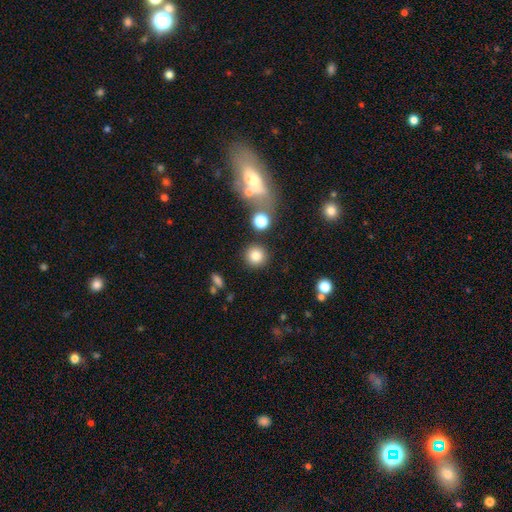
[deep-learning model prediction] The model was most divided on "smooth or featured": smooth: 81%, star or artifact: 12%, featured or disk: 7%. More confident: how rounded — round (92%); merging — none (85%).